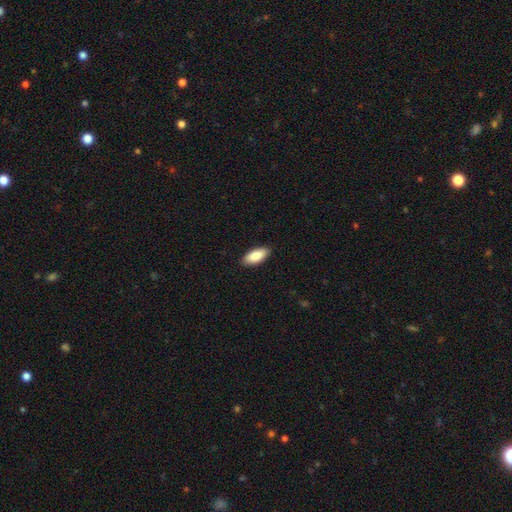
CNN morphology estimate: The model was most divided on "how rounded": in between: 89%, cigar-shaped: 9%, round: 2%. More confident: merging — none (89%); smooth or featured — smooth (87%).